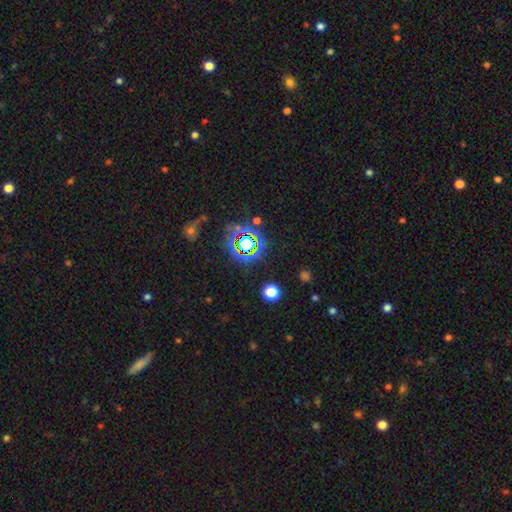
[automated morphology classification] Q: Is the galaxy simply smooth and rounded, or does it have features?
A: star or artifact — 70%.